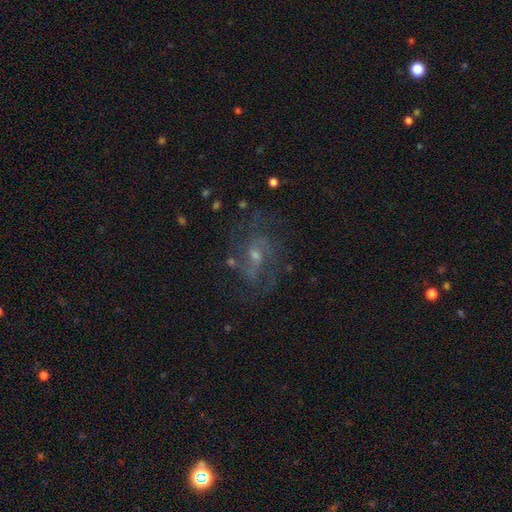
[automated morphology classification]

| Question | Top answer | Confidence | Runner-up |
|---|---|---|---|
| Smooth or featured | featured or disk | 79% | star or artifact (11%) |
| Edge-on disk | no | 97% | yes (3%) |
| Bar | weak | 48% | no (42%) |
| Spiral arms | yes | 91% | no (9%) |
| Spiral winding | medium | 52% | loose (26%) |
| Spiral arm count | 2 | 54% | can't tell (20%) |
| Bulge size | small | 52% | moderate (39%) |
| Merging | none | 65% | minor disturbance (17%) |